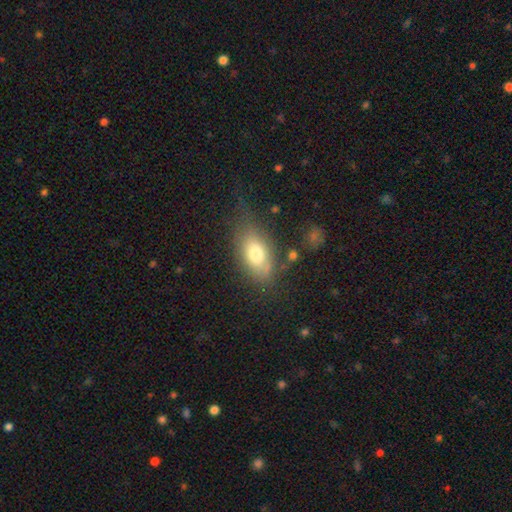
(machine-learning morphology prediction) Smooth or featured?
  - smooth: 72% *
  - featured or disk: 19%
  - star or artifact: 8%
How rounded?
  - in between: 87% *
  - round: 8%
  - cigar-shaped: 4%
Merging?
  - none: 59% *
  - minor disturbance: 24%
  - major disturbance: 13%
  - merger: 4%